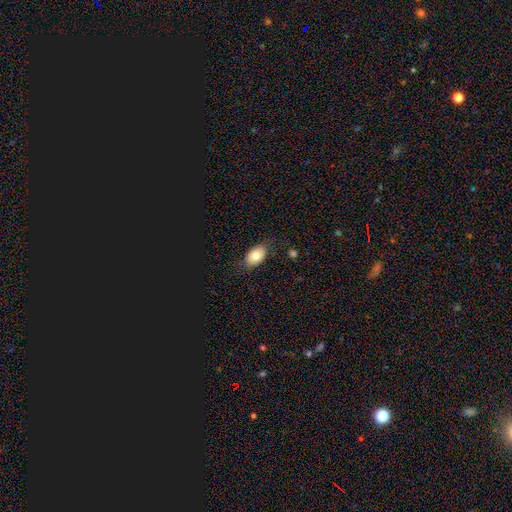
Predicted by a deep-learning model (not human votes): Overall: smooth (76%). How rounded: in between (88%). Merging: none (78%).